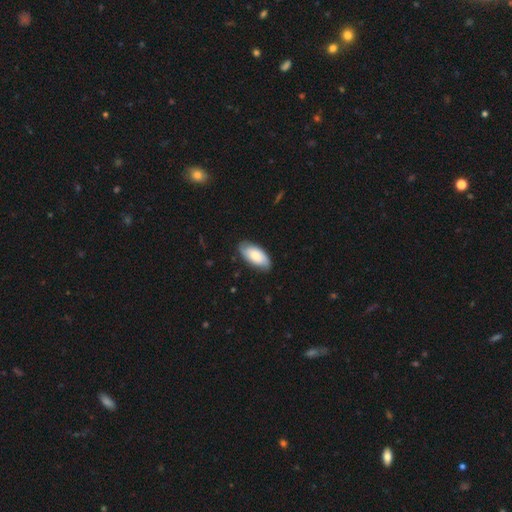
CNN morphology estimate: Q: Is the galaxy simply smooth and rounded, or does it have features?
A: smooth — 66%.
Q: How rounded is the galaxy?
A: in between — 93%.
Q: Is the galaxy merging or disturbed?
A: none — 83%.